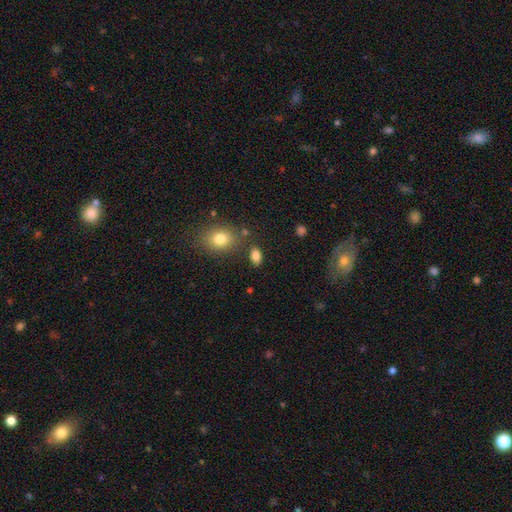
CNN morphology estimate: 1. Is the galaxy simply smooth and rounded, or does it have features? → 84% smooth, 10% star or artifact, 6% featured or disk.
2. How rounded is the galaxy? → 87% in between, 11% round, 2% cigar-shaped.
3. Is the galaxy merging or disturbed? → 80% none, 11% minor disturbance, 6% merger, 3% major disturbance.